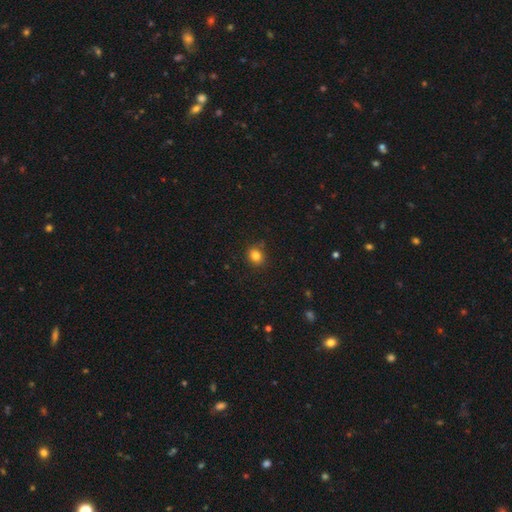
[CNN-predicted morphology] This appears to be a smooth galaxy with no disk features (83%) that is round (69%). Merging: none (85%).